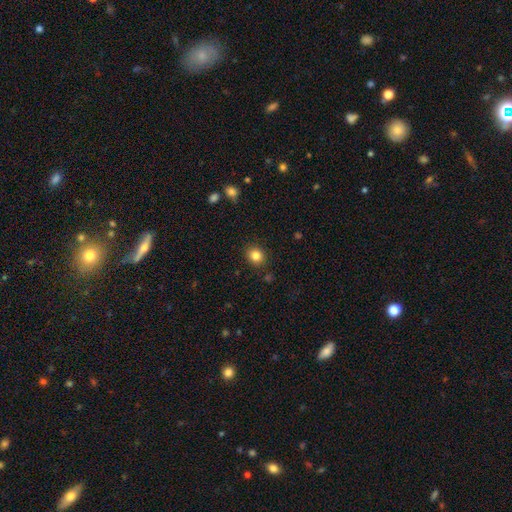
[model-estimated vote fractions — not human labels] A smooth galaxy with no disk features (83%) that is round (76%).

Vote fractions:
- Smooth or featured? smooth: 83% / star or artifact: 11% / featured or disk: 6%
- How rounded? round: 76% / in between: 23% / cigar-shaped: 1%
- Merging? none: 88% / minor disturbance: 8% / major disturbance: 2% / merger: 2%